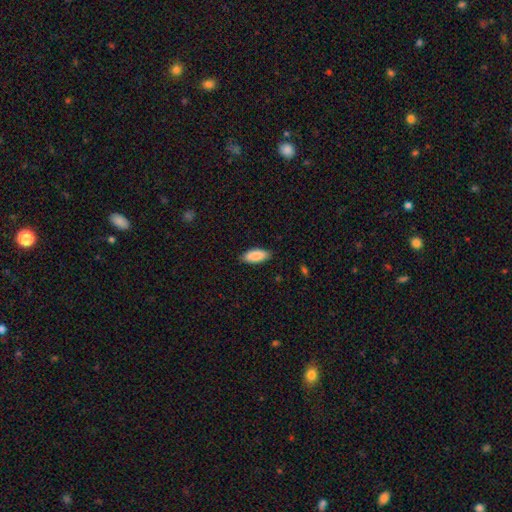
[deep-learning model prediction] The model was most divided on "how rounded": in between: 84%, cigar-shaped: 14%, round: 2%. More confident: smooth or featured — smooth (89%); merging — none (86%).